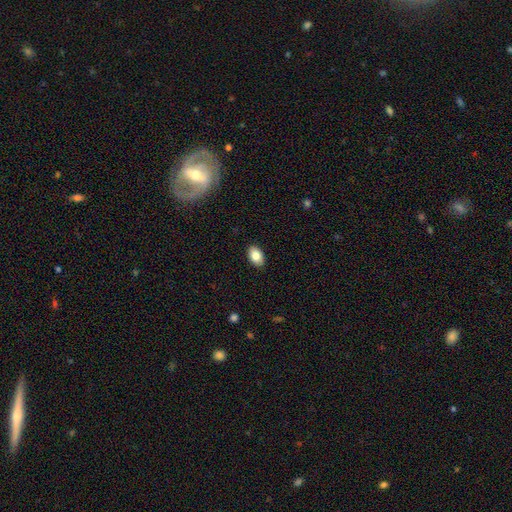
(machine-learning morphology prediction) Overall: smooth (83%). How rounded: in between (89%). Merging: none (89%).